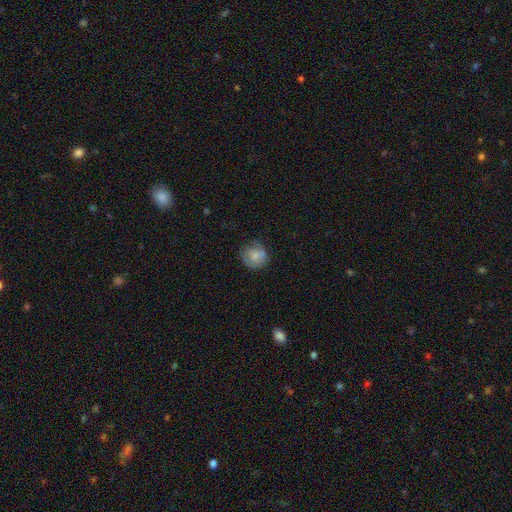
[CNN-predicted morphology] This appears to be a smooth galaxy with no disk features (67%) that is round (84%). Merging: none (61%).